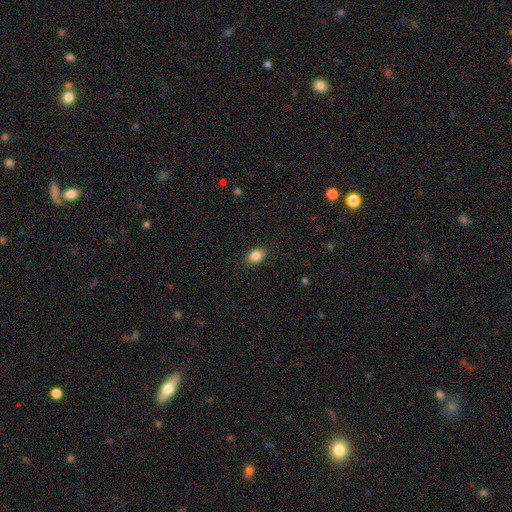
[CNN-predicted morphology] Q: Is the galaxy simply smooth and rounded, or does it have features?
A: smooth — 86%.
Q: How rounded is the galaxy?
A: in between — 84%.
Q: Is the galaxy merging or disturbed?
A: none — 86%.